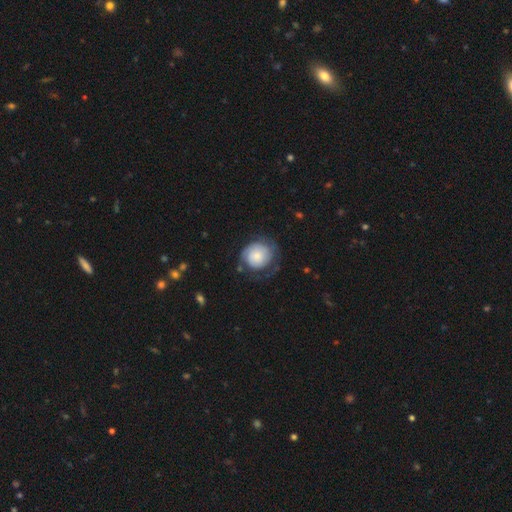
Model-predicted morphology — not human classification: Smooth or featured? smooth (54%)
How rounded? round (80%)
Merging? none (54%)